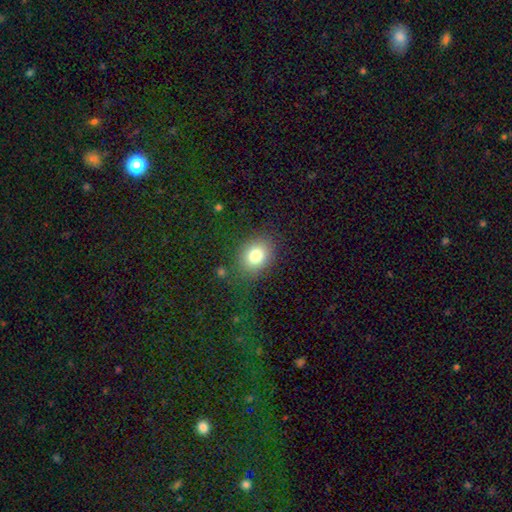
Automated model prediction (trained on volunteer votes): smooth 80%, star or artifact 11%, featured or disk 10%. Down the decision tree: how rounded — round (52%); merging — none (81%).